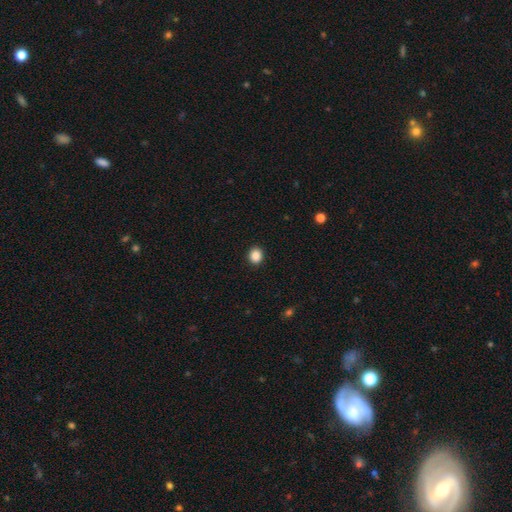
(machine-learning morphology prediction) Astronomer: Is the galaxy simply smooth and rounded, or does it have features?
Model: smooth — 88%.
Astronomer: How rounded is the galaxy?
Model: round — 80%.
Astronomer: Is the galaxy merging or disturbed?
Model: none — 92%.